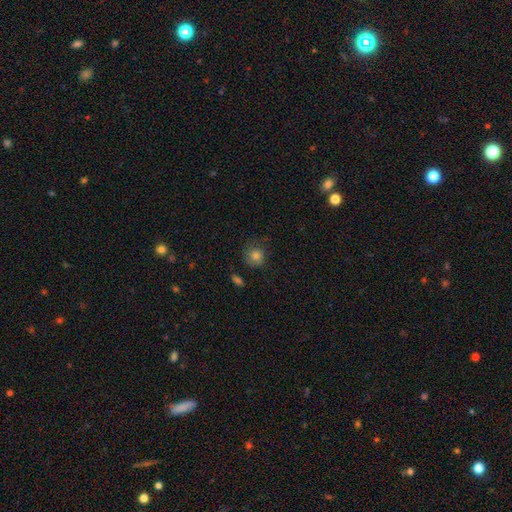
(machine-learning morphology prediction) Overall: smooth (82%). How rounded: round (89%). Merging: none (73%).